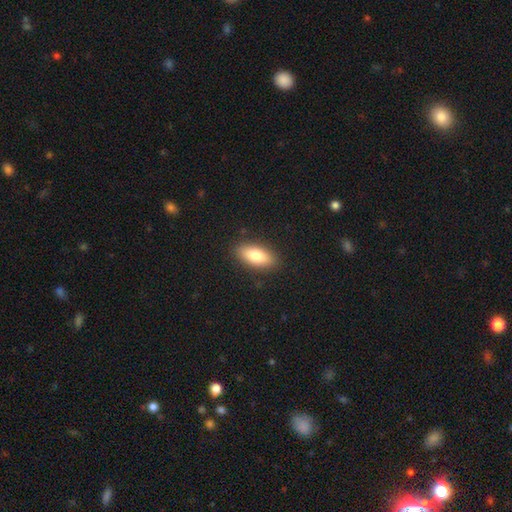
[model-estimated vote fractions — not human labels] A smooth galaxy with no disk features (80%) that is in between round and cigar-shaped (83%).

Vote fractions:
- Smooth or featured? smooth: 80% / featured or disk: 13% / star or artifact: 7%
- How rounded? in between: 83% / cigar-shaped: 14% / round: 3%
- Merging? none: 88% / minor disturbance: 9% / major disturbance: 2% / merger: 1%